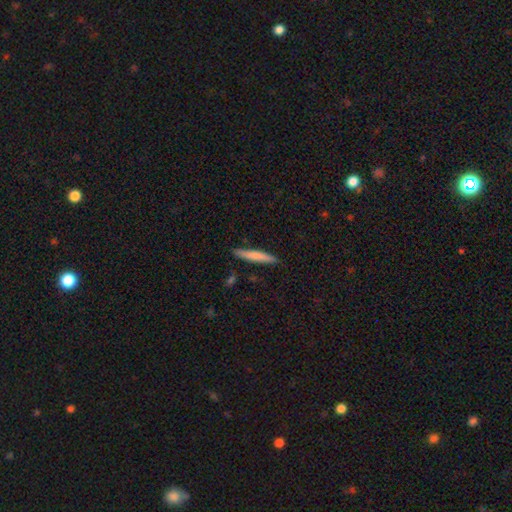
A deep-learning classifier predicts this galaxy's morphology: A smooth galaxy with no disk features (74%) that is cigar-shaped (94%).

Vote fractions:
- Smooth or featured? smooth: 74% / featured or disk: 21% / star or artifact: 5%
- How rounded? cigar-shaped: 94% / in between: 5% / round: 1%
- Merging? none: 88% / minor disturbance: 9% / major disturbance: 2% / merger: 2%